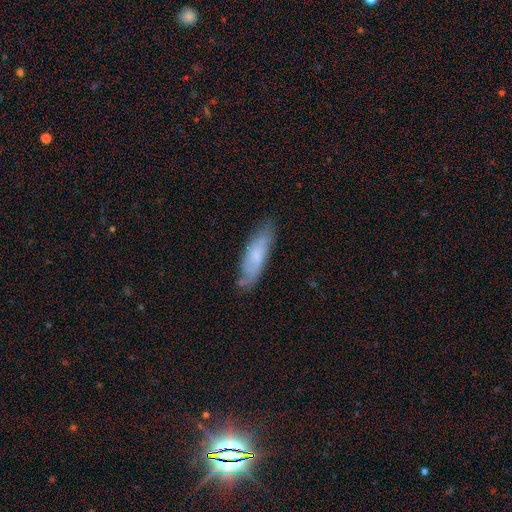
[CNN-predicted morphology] Q: Smooth or featured?
A: smooth (59%); runner-up: featured or disk (34%)
Q: How rounded?
A: cigar-shaped (51%); runner-up: in between (48%)
Q: Merging?
A: none (70%); runner-up: minor disturbance (23%)